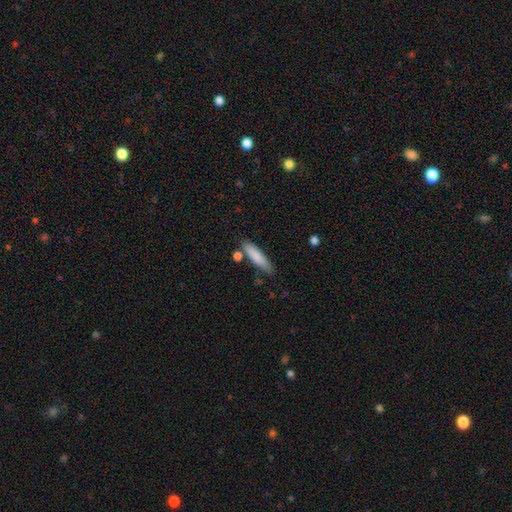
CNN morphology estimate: The model was most divided on "how rounded": cigar-shaped: 75%, in between: 24%, round: 2%. More confident: smooth or featured — smooth (82%); merging — none (76%).